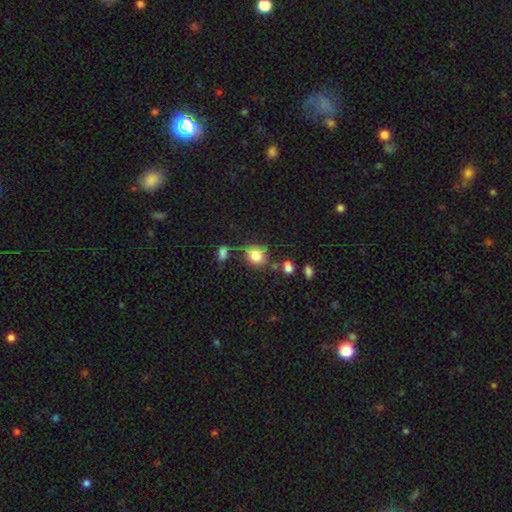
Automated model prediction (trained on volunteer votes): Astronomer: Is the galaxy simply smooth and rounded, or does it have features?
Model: smooth — 81%.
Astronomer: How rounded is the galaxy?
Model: round — 73%.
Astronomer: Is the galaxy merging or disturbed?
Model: none — 63%.